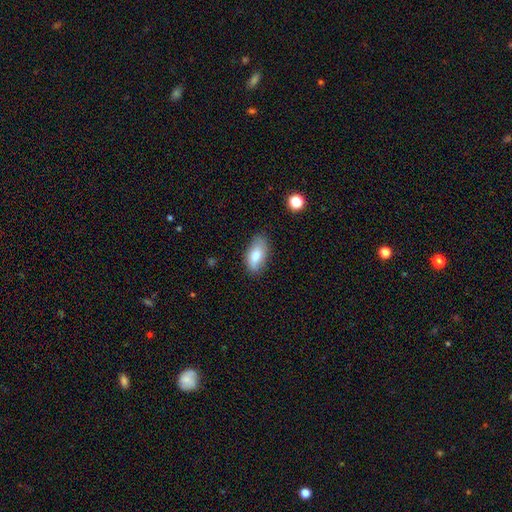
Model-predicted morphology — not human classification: smooth_or_featured: smooth (p=0.77) [alt: featured or disk p=0.16]
how_rounded: in between (p=0.90) [alt: cigar-shaped p=0.06]
merging: none (p=0.79) [alt: minor disturbance p=0.16]